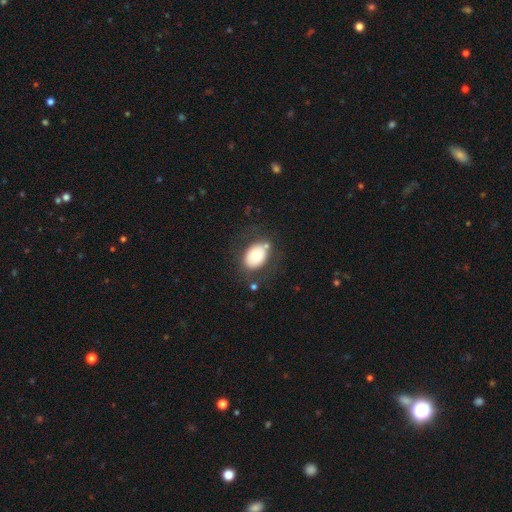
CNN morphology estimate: A smooth galaxy with no disk features (67%) that is in between round and cigar-shaped (72%).

Vote fractions:
- Smooth or featured? smooth: 67% / featured or disk: 26% / star or artifact: 8%
- How rounded? in between: 72% / round: 27% / cigar-shaped: 1%
- Merging? none: 72% / minor disturbance: 15% / major disturbance: 7% / merger: 6%